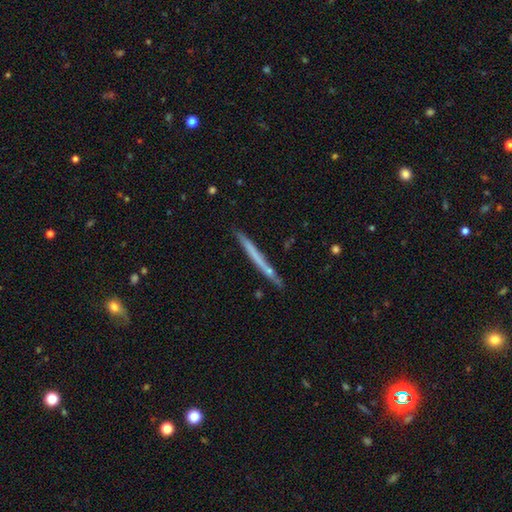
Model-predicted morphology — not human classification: This is possibly a smooth galaxy (48%). Merging: clearly none (84%).